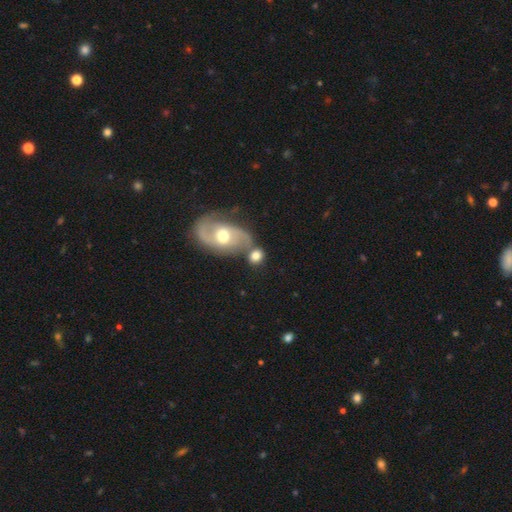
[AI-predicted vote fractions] This is likely a smooth galaxy (61%). How rounded: possibly round (58%). Merging: possibly none (50%).